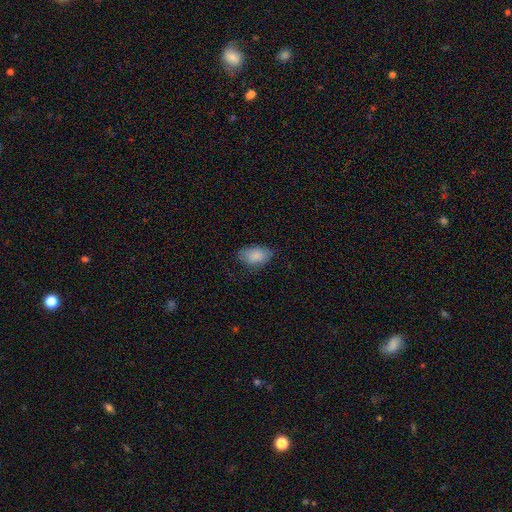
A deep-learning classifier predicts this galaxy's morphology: This is clearly a smooth galaxy (85%). How rounded: clearly in between (92%). Merging: likely none (68%).